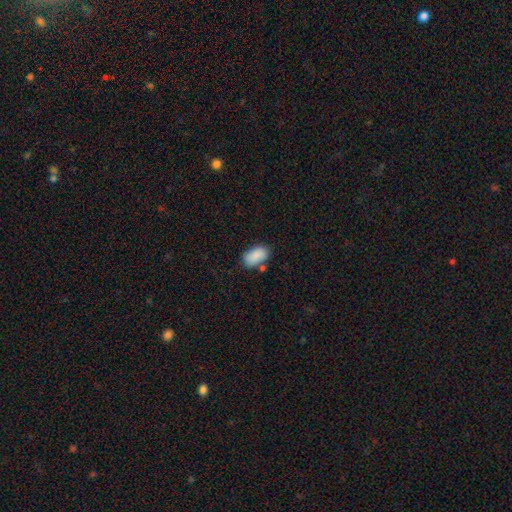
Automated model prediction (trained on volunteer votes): Overall: smooth (88%). How rounded: in between (93%). Merging: none (69%).